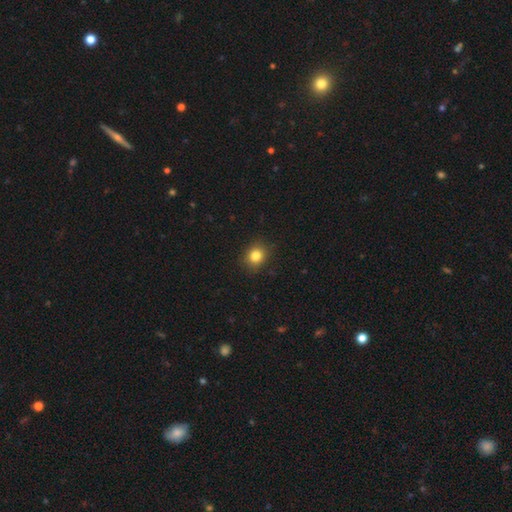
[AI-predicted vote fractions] A smooth galaxy with no disk features (83%) that is round (67%). Merging: none (88%).